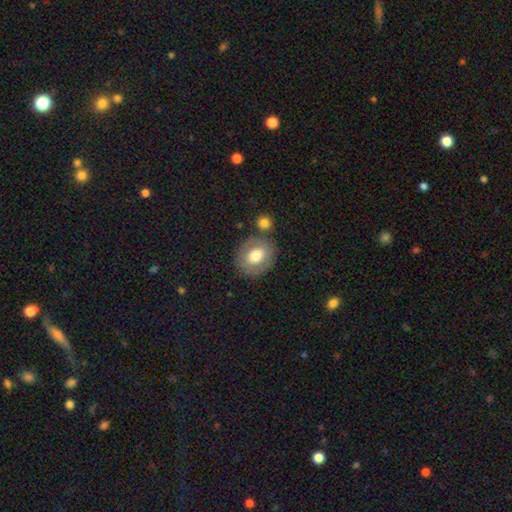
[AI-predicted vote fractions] Overall: smooth (68%). How rounded: round (51%; in between 48%). Merging: none (73%).